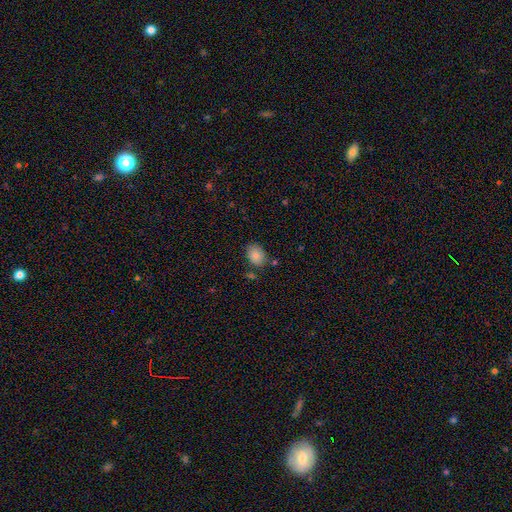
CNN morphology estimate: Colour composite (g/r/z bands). It shows a smooth galaxy with no disk features (86%) that is in between round and cigar-shaped (73%). Merging: none (76%).